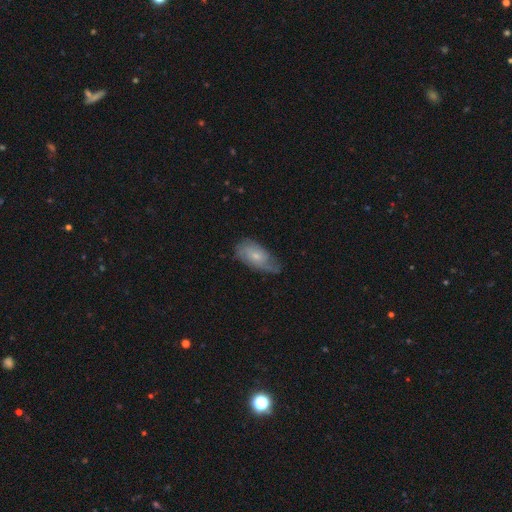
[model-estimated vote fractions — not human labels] smooth-or-featured: featured or disk: 47% (tied) | smooth: 47% (tied) | star or artifact: 7%
  merging: none: 52% | minor disturbance: 35% | major disturbance: 12% | merger: 2%